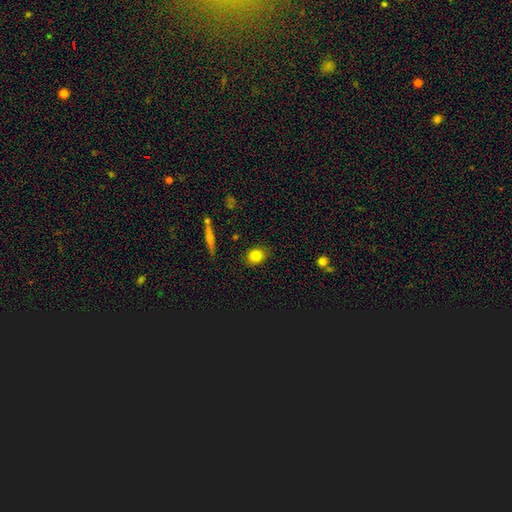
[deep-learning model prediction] smooth 81%, star or artifact 11%, featured or disk 9%. Down the decision tree: how rounded — round (66%); merging — none (87%).